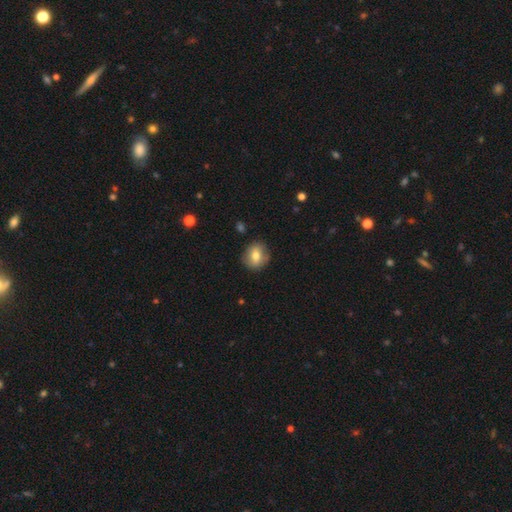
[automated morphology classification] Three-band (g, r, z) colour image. It shows a smooth galaxy with no disk features (71%) that is round (73%). Merging: none (83%).